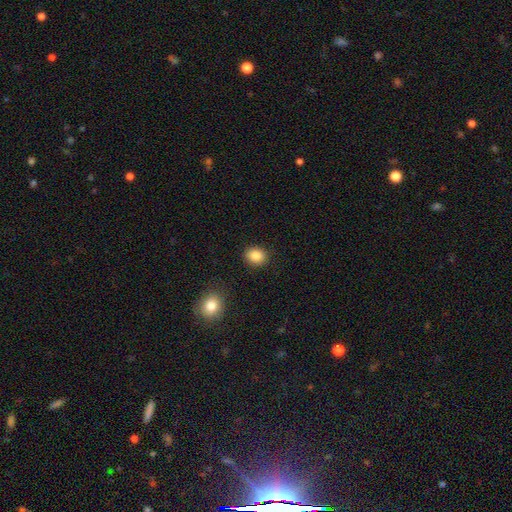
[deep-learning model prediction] Smooth or featured? Predicted: smooth (p=0.87). How rounded? Predicted: round (p=0.66). Merging? Predicted: none (p=0.89).